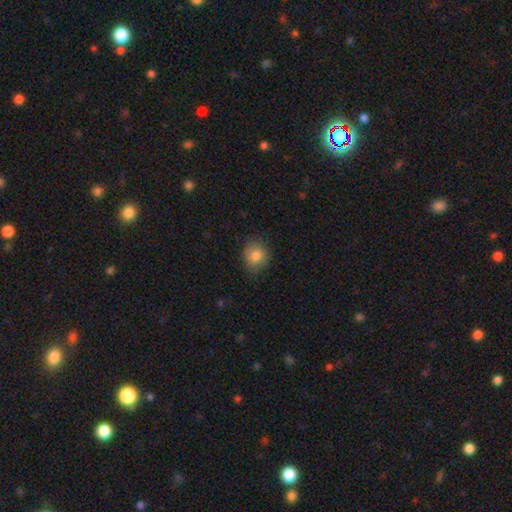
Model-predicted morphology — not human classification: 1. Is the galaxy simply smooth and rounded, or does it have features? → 83% smooth, 9% star or artifact, 8% featured or disk.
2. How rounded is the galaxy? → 67% round, 32% in between, 1% cigar-shaped.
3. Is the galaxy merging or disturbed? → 78% none, 17% minor disturbance, 4% major disturbance, 1% merger.